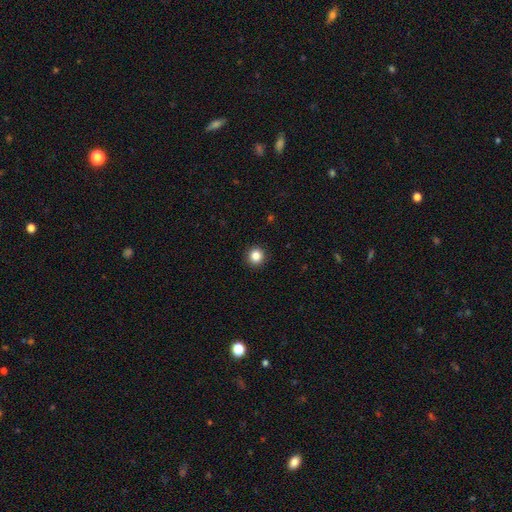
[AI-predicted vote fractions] This appears to be a smooth galaxy with no disk features (84%) that is round (95%). Merging: none (93%).